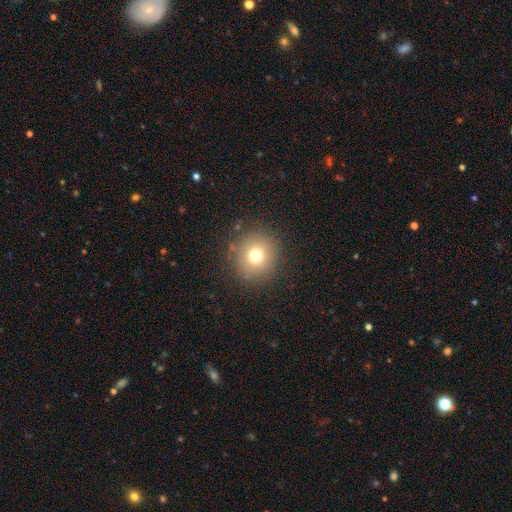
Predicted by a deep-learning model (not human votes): A smooth galaxy with no disk features (73%) that is round (91%).

Vote fractions:
- Smooth or featured? smooth: 73% / star or artifact: 15% / featured or disk: 12%
- How rounded? round: 91% / in between: 8% / cigar-shaped: 1%
- Merging? none: 88% / minor disturbance: 7% / major disturbance: 4% / merger: 1%